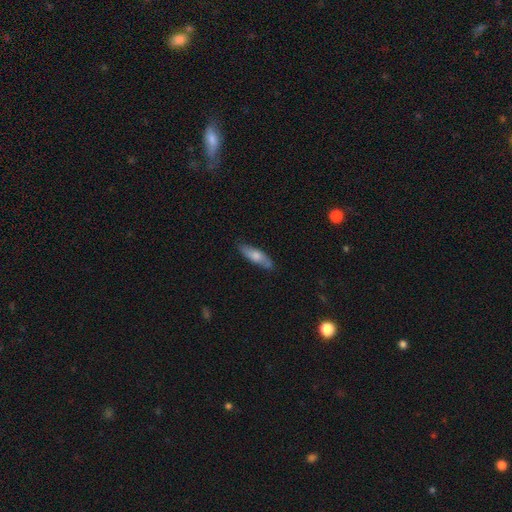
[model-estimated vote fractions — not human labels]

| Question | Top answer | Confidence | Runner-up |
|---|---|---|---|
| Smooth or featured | smooth | 67% | featured or disk (27%) |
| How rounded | cigar-shaped | 57% | in between (41%) |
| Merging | none | 80% | minor disturbance (16%) |